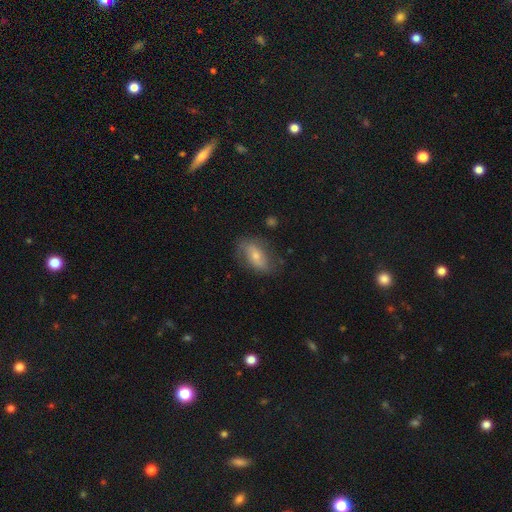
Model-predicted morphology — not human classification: Smooth or featured: featured or disk — 48% (smooth — 45%)
Merging: none — 67% (minor disturbance — 22%)